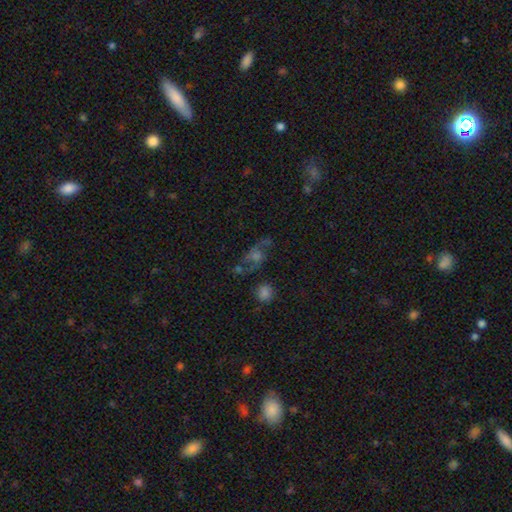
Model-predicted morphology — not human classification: featured or disk 46%, smooth 28%, star or artifact 26%. Down the decision tree: merging — none (54%).